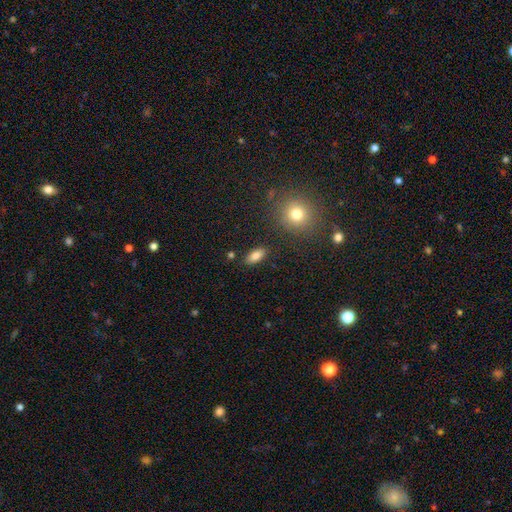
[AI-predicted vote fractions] Smooth or featured?
  - smooth: 82% *
  - featured or disk: 9%
  - star or artifact: 9%
How rounded?
  - in between: 85% *
  - cigar-shaped: 11%
  - round: 4%
Merging?
  - none: 87% *
  - minor disturbance: 9%
  - major disturbance: 2%
  - merger: 2%